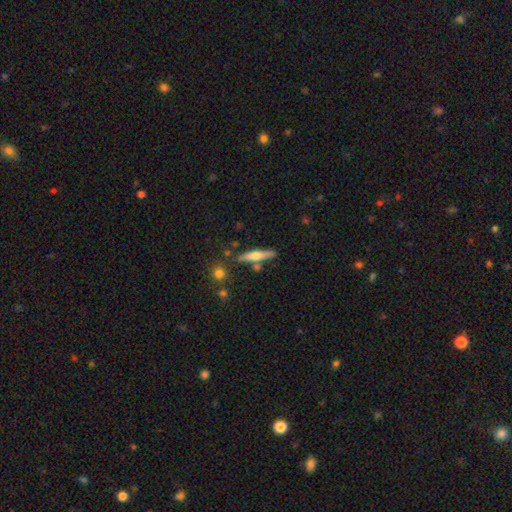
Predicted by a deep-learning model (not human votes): This is possibly a featured or disk galaxy (48%). Merging: likely none (77%).